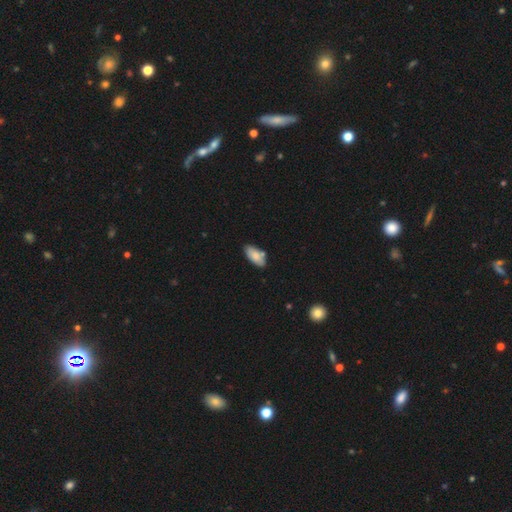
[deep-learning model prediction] Overall: smooth (81%). How rounded: in between (91%). Merging: none (73%).